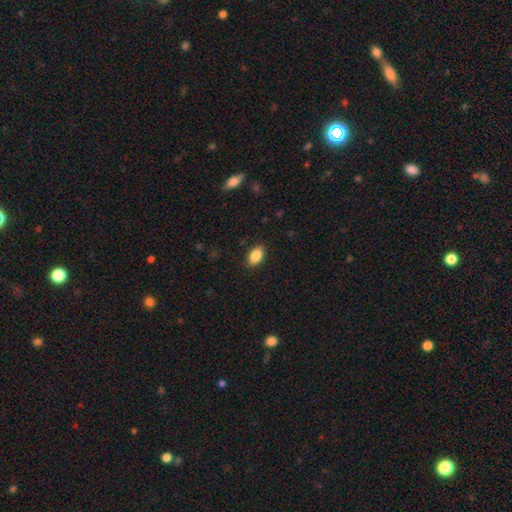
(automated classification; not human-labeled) Overall: smooth (88%). How rounded: in between (92%). Merging: none (88%).